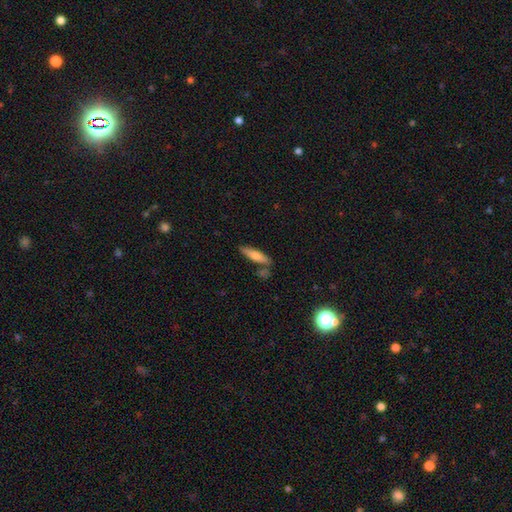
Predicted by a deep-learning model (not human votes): smooth_or_featured: smooth (p=0.70) [alt: featured or disk p=0.23]
how_rounded: cigar-shaped (p=0.74) [alt: in between p=0.24]
merging: none (p=0.72) [alt: minor disturbance p=0.13]